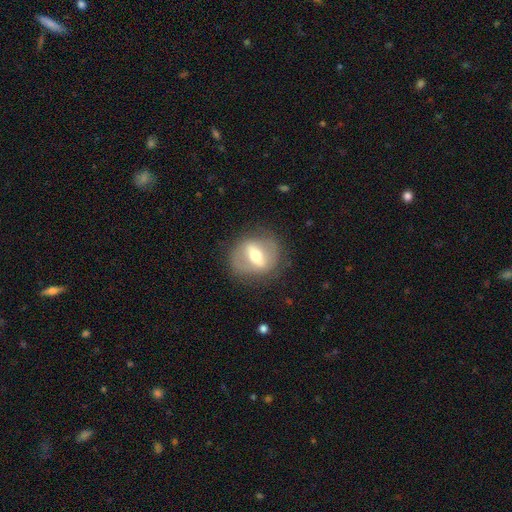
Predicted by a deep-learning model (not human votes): Smooth or featured? featured or disk (63%)
Edge-on disk? no (79%)
Merging? none (79%)